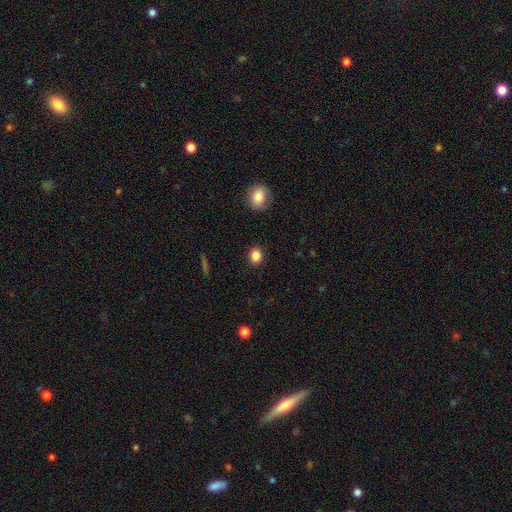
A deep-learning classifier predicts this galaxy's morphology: smooth 86%, star or artifact 10%, featured or disk 4%. Down the decision tree: how rounded — round (59%); merging — none (90%).